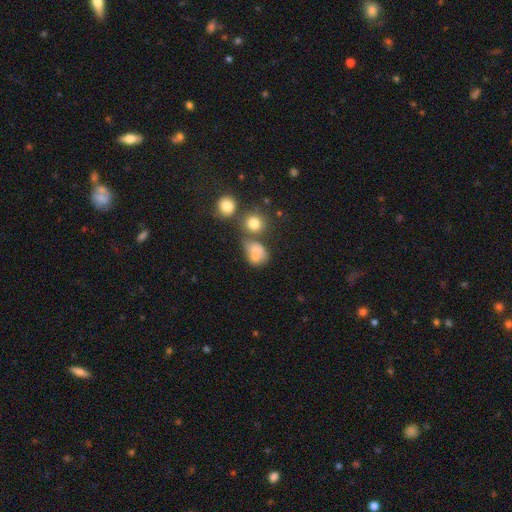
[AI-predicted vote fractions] The model was most divided on "merging": none: 38%, merger: 35%, minor disturbance: 16%, major disturbance: 11%. More confident: smooth or featured — smooth (58%); how rounded — round (55%).